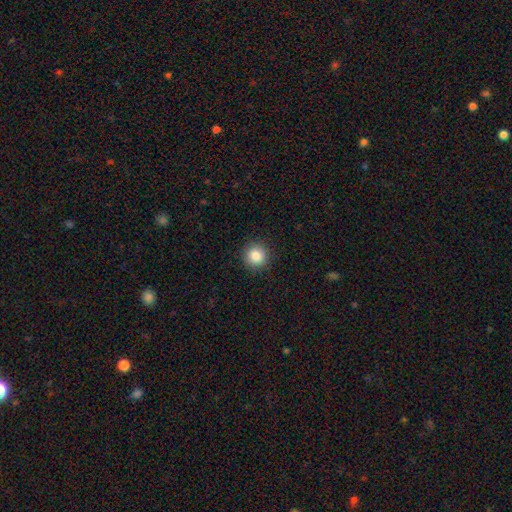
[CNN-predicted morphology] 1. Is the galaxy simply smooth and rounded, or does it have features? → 85% smooth, 10% star or artifact, 5% featured or disk.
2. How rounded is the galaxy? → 92% round, 7% in between, 1% cigar-shaped.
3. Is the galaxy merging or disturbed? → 91% none, 6% minor disturbance, 2% major disturbance, 1% merger.